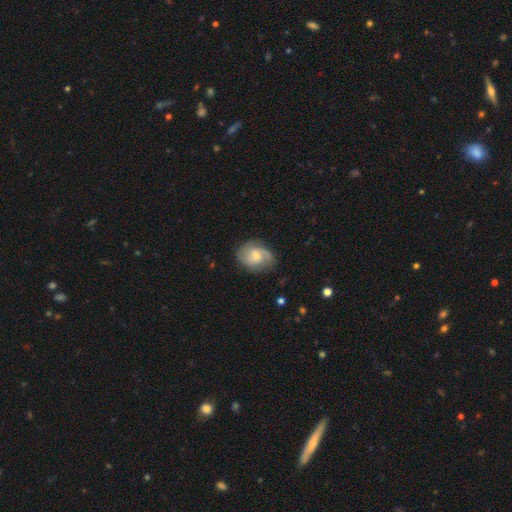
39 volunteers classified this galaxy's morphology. Volunteers were most divided on "bulge size": small: 48%, moderate: 43%, large: 5%, none: 5%, dominant: 0%. Remaining: edge-on disk — no (95%); spiral arms — yes (81%); merging — none (68%); spiral arm count — can't tell (59%); smooth or featured — featured or disk (56%); bar — weak (52%); spiral winding — medium (41%).